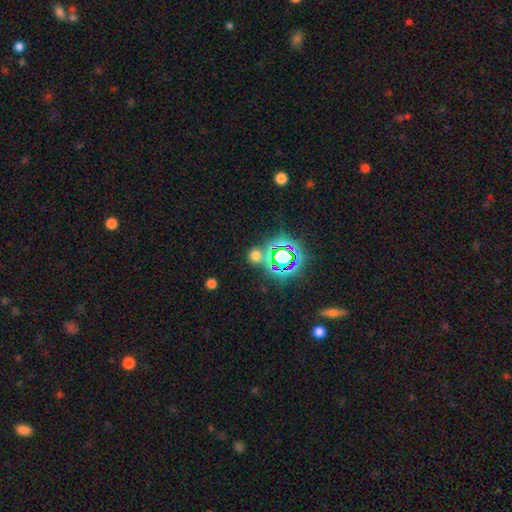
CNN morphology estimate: type=smooth (53%); roundness=round (84%); merging=none (75%).